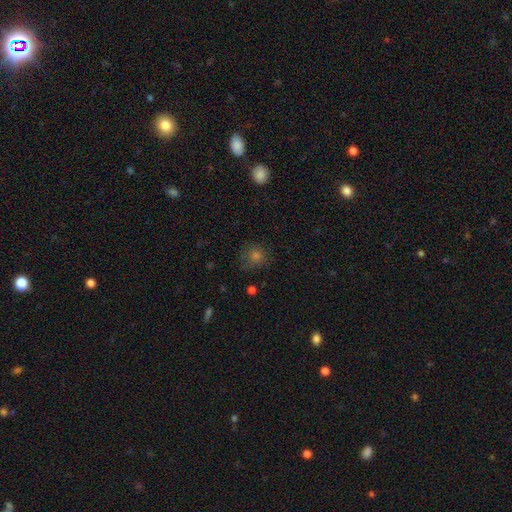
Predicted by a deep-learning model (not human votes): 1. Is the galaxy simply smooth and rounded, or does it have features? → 67% smooth, 23% star or artifact, 11% featured or disk.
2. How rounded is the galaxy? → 87% round, 12% in between, 1% cigar-shaped.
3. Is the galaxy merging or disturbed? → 77% none, 15% minor disturbance, 6% major disturbance, 2% merger.